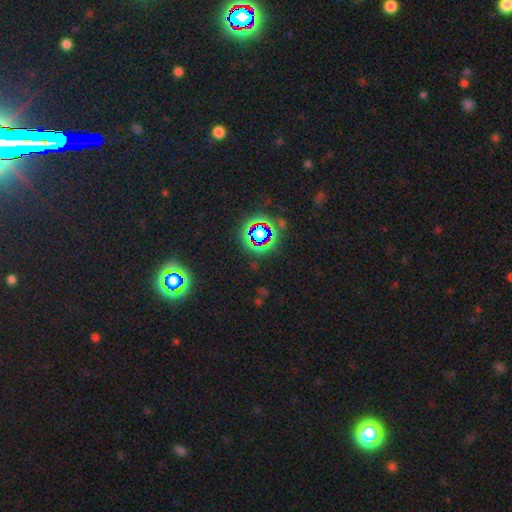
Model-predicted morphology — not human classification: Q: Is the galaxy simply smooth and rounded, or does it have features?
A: star or artifact — 77%.